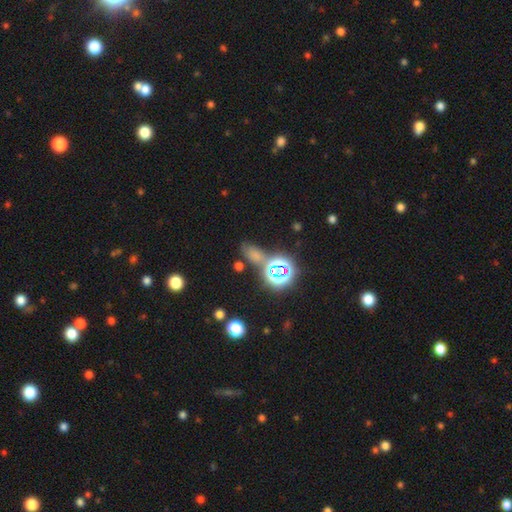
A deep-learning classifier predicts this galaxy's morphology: Smooth or featured: smooth — 48% (star or artifact — 42%)
Merging: none — 59% (minor disturbance — 18%)